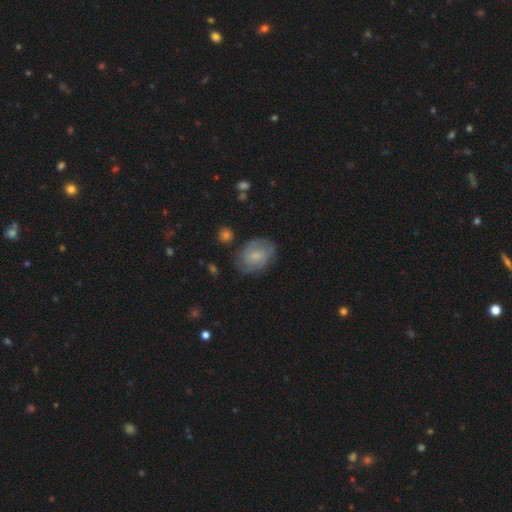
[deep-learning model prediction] Smooth or featured? smooth (50%)
How rounded? in between (69%)
Merging? none (69%)